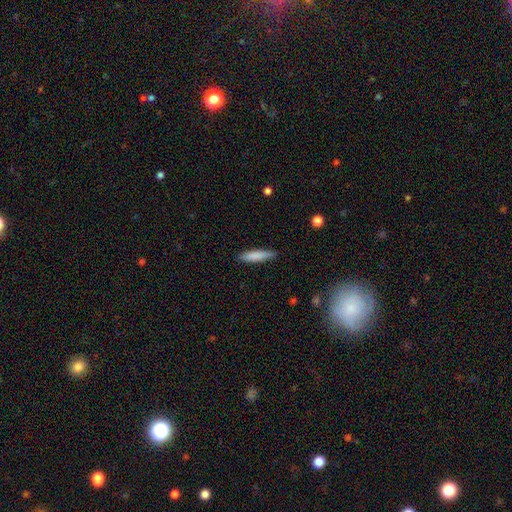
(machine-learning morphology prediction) smooth_or_featured: smooth (p=0.81) [alt: featured or disk p=0.13]
how_rounded: cigar-shaped (p=0.82) [alt: in between p=0.17]
merging: none (p=0.85) [alt: minor disturbance p=0.12]